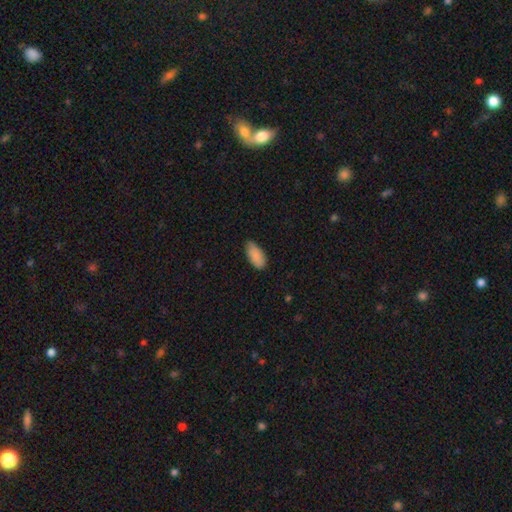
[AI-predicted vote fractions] Morphology: type=smooth (89%); roundness=in between (92%); merging=none (74%).